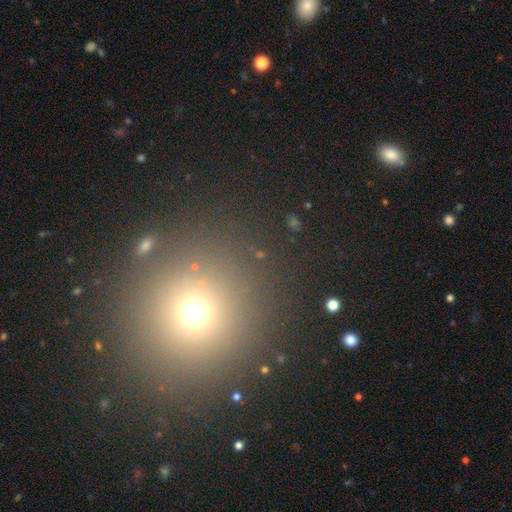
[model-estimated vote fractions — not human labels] Overall: smooth (59%; star or artifact 33%). How rounded: round (92%). Merging: none (87%).